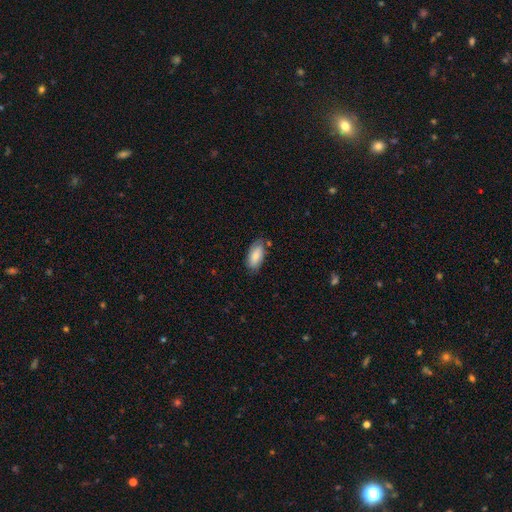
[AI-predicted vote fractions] A smooth galaxy with no disk features (73%) that is in between round and cigar-shaped (91%). Merging: none (71%).